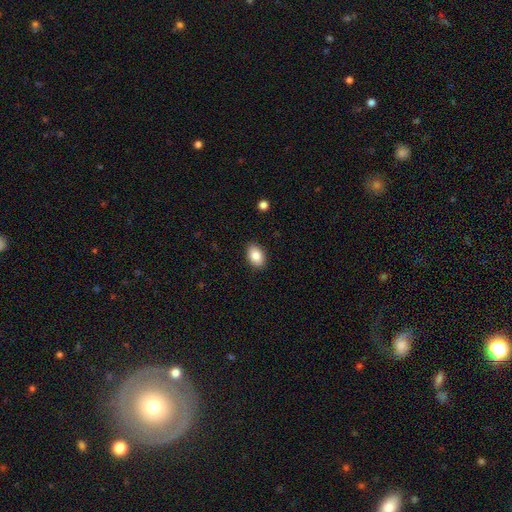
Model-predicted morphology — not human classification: Smooth or featured?
  - smooth: 85% *
  - star or artifact: 8%
  - featured or disk: 7%
How rounded?
  - in between: 87% *
  - round: 12%
  - cigar-shaped: 1%
Merging?
  - none: 88% *
  - minor disturbance: 9%
  - major disturbance: 2%
  - merger: 1%